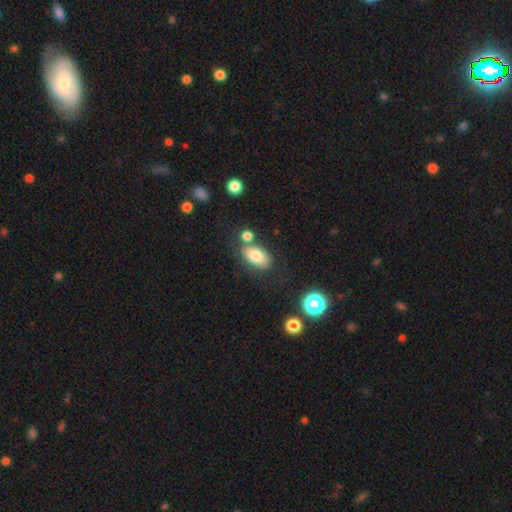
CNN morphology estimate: Q: Smooth or featured?
A: smooth (79%); runner-up: featured or disk (13%)
Q: How rounded?
A: in between (91%); runner-up: round (7%)
Q: Merging?
A: none (63%); runner-up: merger (17%)